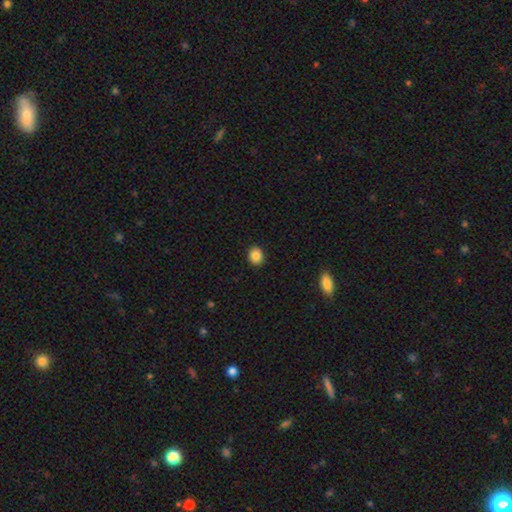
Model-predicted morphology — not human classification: A smooth galaxy with no disk features (86%) that is round (59%). Merging: none (91%).